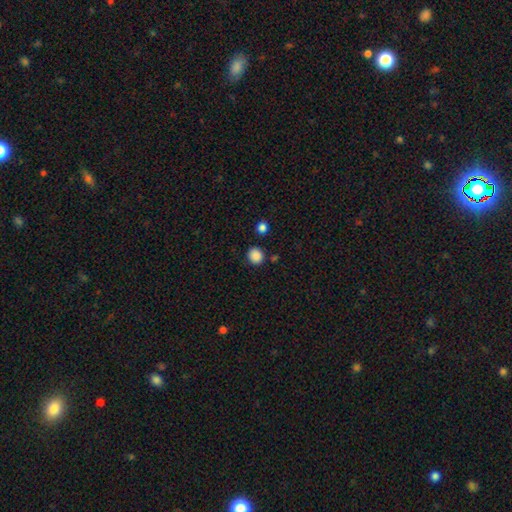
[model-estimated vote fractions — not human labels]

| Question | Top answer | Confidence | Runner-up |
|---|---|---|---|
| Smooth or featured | smooth | 87% | star or artifact (10%) |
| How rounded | round | 81% | in between (18%) |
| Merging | none | 85% | minor disturbance (9%) |